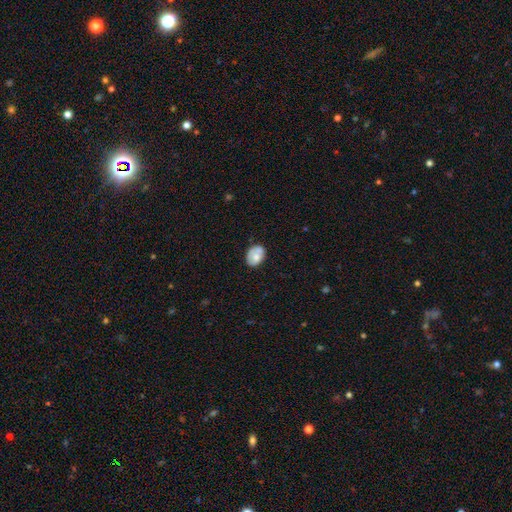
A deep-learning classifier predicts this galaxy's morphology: A smooth galaxy with no disk features (65%) that is in between round and cigar-shaped (73%). Merging: none (58%).